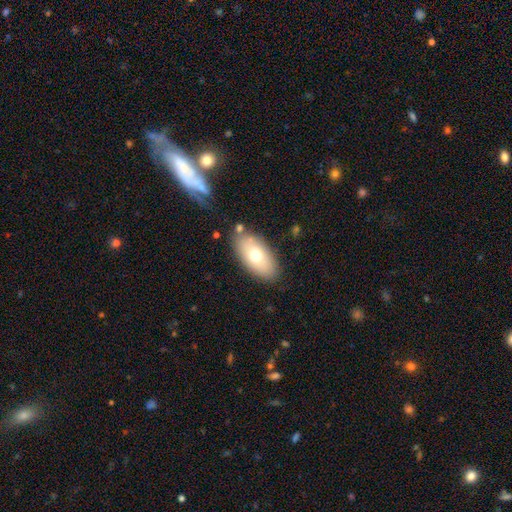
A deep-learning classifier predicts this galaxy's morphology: smooth_or_featured: smooth (p=0.68) [alt: featured or disk p=0.24]
how_rounded: in between (p=0.92) [alt: round p=0.04]
merging: none (p=0.80) [alt: minor disturbance p=0.12]